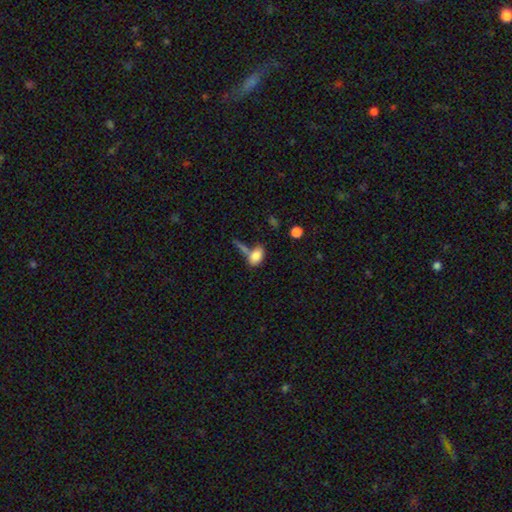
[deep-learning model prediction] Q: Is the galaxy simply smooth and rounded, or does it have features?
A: smooth — 81%.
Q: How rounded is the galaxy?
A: in between — 87%.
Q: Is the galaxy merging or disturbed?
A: none — 42%.